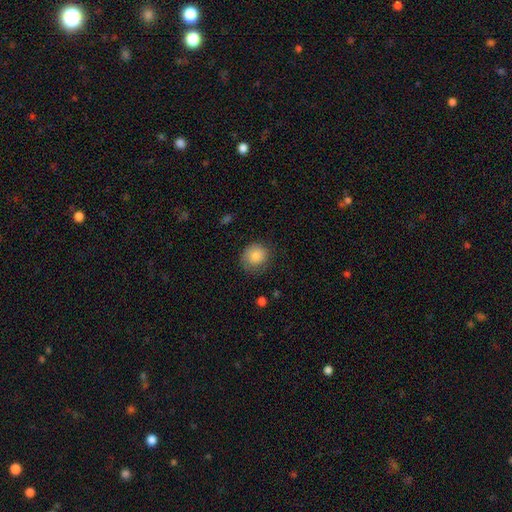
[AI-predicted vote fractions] Smooth or featured? smooth (84%)
How rounded? round (85%)
Merging? none (73%)